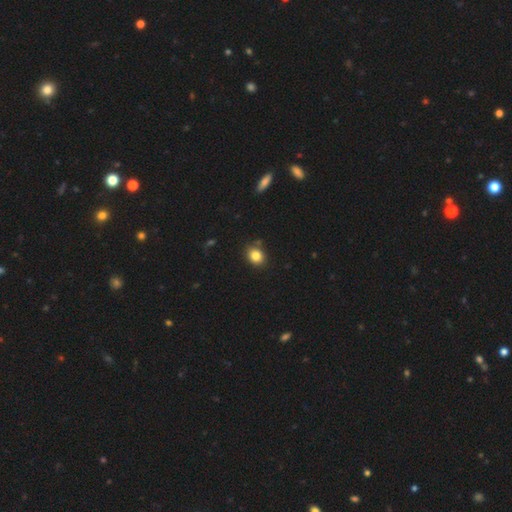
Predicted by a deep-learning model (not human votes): Smooth or featured: smooth — 83% (star or artifact — 11%)
How rounded: round — 57% (in between — 42%)
Merging: none — 84% (minor disturbance — 11%)